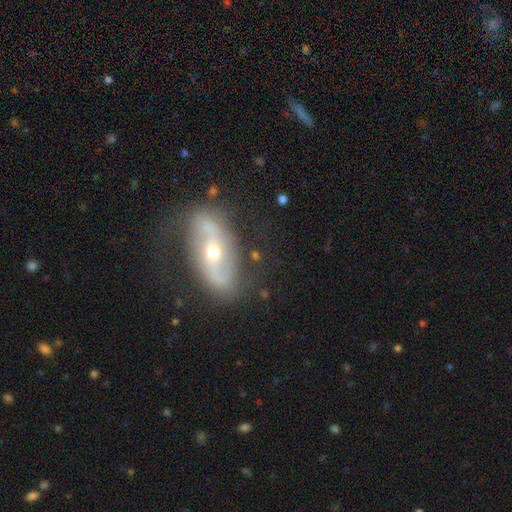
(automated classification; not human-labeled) This appears to be a featured or disk galaxy (78%) with no bar (42%), 2 (91%) loose (60%) spiral arms (81%) and a moderate central bulge (53%). Merging: none (76%).